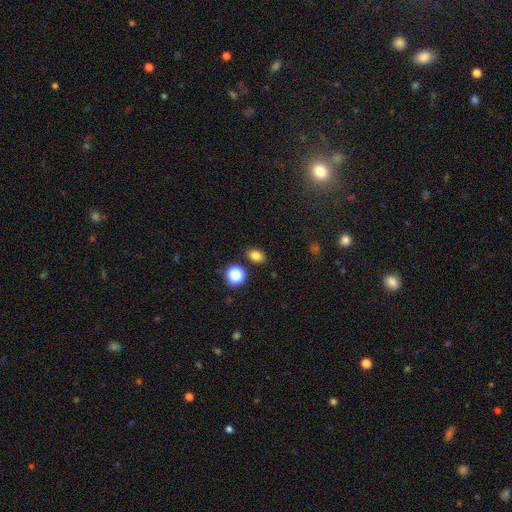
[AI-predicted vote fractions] Smooth or featured?
  - smooth: 80% *
  - star or artifact: 14%
  - featured or disk: 6%
How rounded?
  - in between: 70% *
  - round: 28%
  - cigar-shaped: 1%
Merging?
  - none: 85% *
  - minor disturbance: 9%
  - merger: 4%
  - major disturbance: 2%